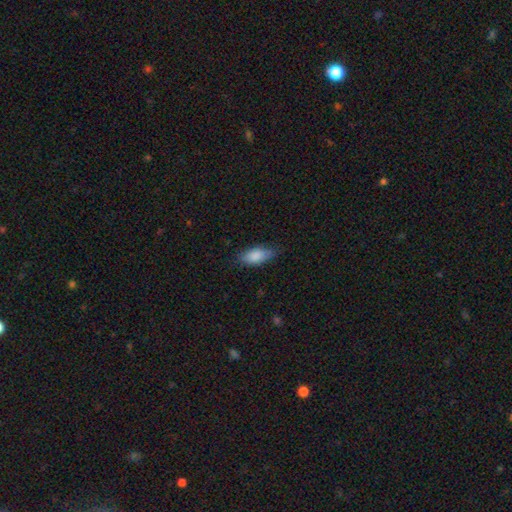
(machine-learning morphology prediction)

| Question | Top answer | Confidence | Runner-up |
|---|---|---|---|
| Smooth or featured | smooth | 86% | featured or disk (8%) |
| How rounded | in between | 86% | cigar-shaped (12%) |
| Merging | none | 75% | minor disturbance (20%) |